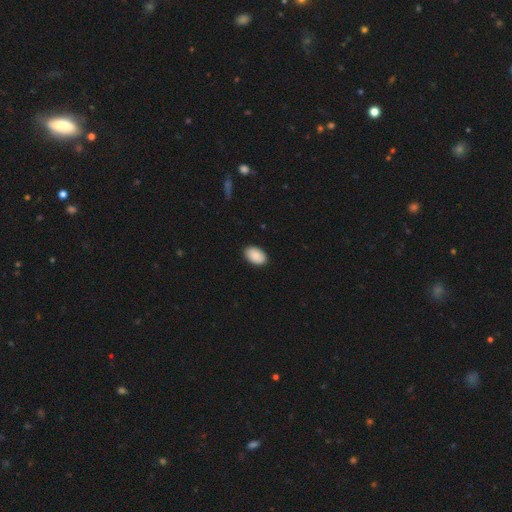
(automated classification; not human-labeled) smooth 90%, star or artifact 6%, featured or disk 4%. Down the decision tree: how rounded — in between (92%); merging — none (89%).